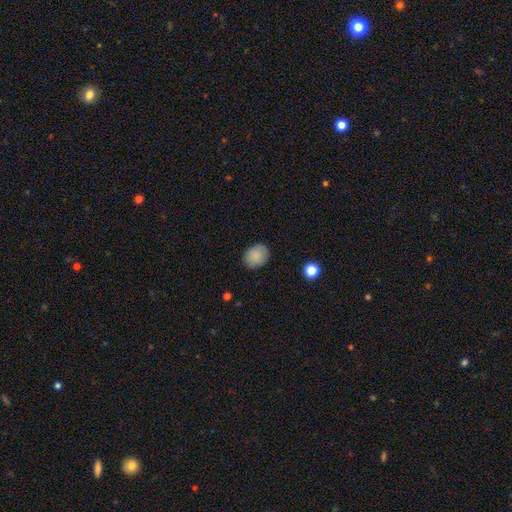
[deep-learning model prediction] A smooth galaxy with no disk features (88%) that is in between round and cigar-shaped (52%). Merging: none (86%).